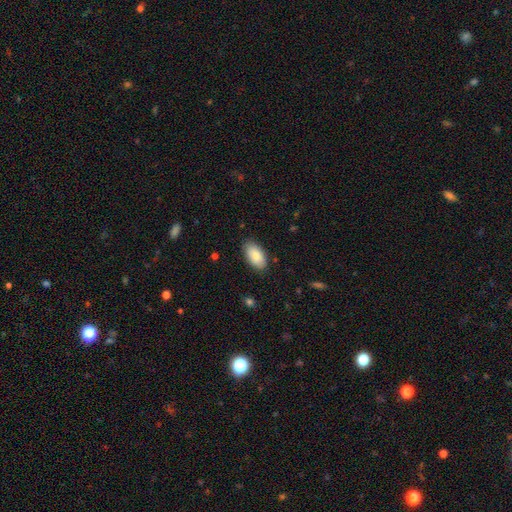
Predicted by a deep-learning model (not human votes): smooth-or-featured: smooth: 86% | featured or disk: 8% | star or artifact: 6%
  how-rounded: in between: 95% | round: 3% | cigar-shaped: 2%
  merging: none: 85% | minor disturbance: 11% | major disturbance: 2% | merger: 1%